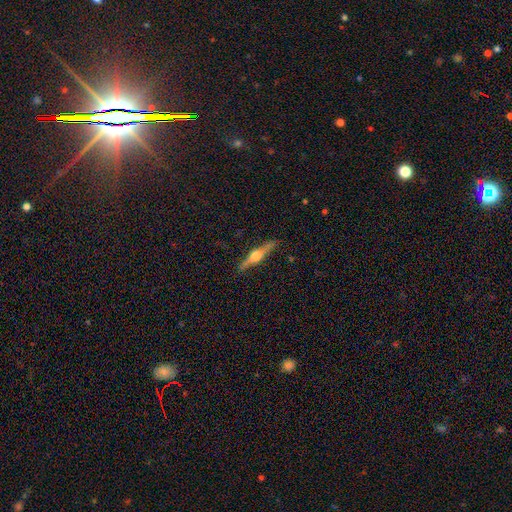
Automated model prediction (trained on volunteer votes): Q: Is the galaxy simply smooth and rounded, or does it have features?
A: featured or disk — 76%.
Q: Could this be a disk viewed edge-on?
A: yes — 97%.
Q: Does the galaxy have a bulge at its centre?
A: rounded — 94%.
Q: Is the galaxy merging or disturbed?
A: none — 88%.